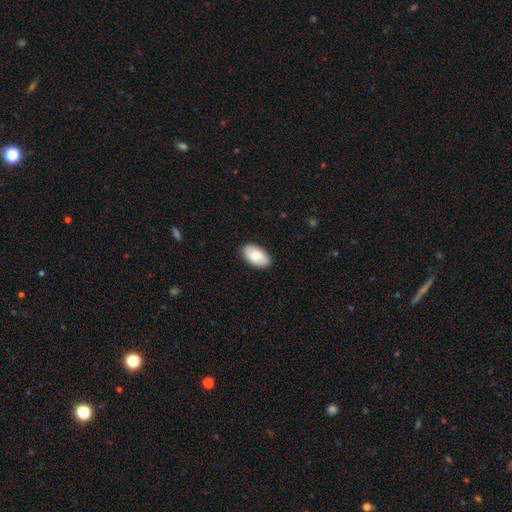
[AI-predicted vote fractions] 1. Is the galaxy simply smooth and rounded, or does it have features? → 73% smooth, 21% featured or disk, 6% star or artifact.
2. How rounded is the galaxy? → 95% in between, 4% round, 2% cigar-shaped.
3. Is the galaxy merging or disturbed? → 87% none, 10% minor disturbance, 2% major disturbance, 1% merger.